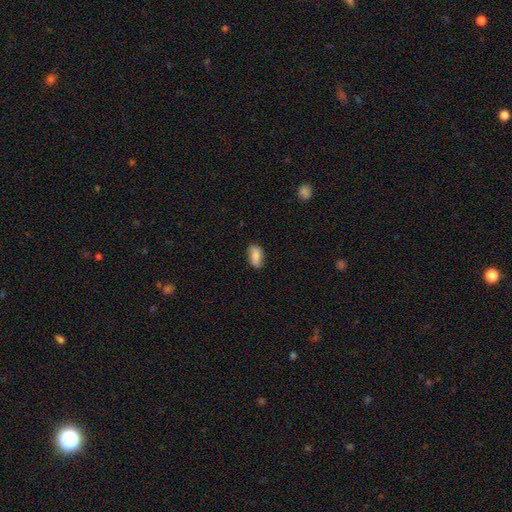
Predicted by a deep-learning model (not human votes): Q: Smooth or featured?
A: smooth (75%); runner-up: featured or disk (17%)
Q: How rounded?
A: in between (89%); runner-up: cigar-shaped (5%)
Q: Merging?
A: none (73%); runner-up: minor disturbance (21%)